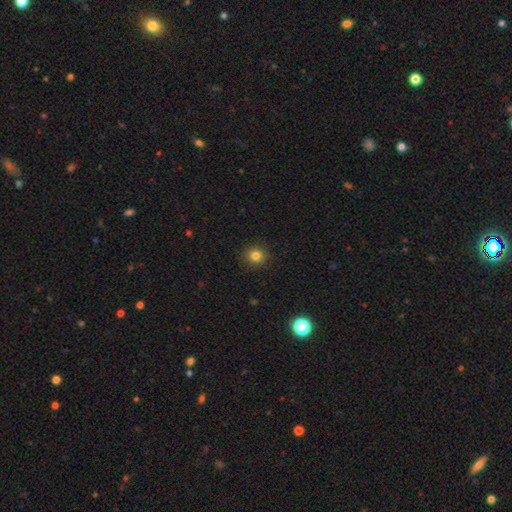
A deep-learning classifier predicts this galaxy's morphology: smooth 82%, star or artifact 13%, featured or disk 5%. Down the decision tree: how rounded — round (89%); merging — none (91%).